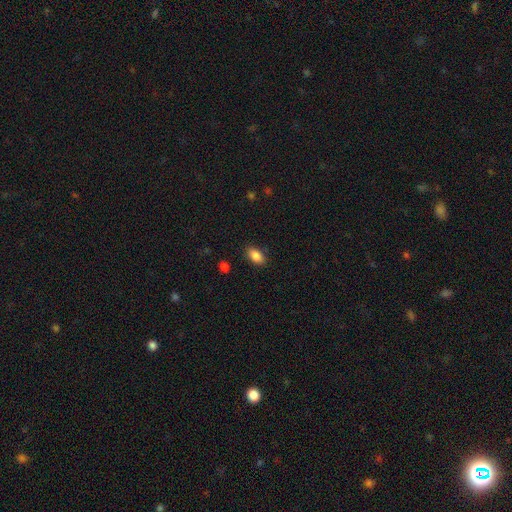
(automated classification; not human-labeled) The model was most divided on "merging": none: 87%, minor disturbance: 9%, major disturbance: 2%, merger: 1%. More confident: how rounded — in between (91%); smooth or featured — smooth (87%).